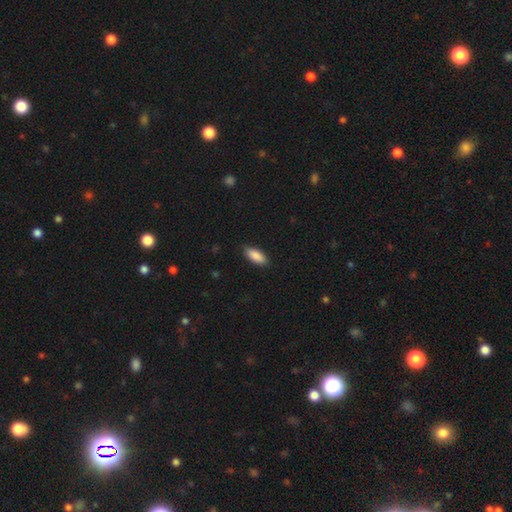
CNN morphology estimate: This is clearly a smooth galaxy (89%). How rounded: clearly in between (82%). Merging: clearly none (85%).